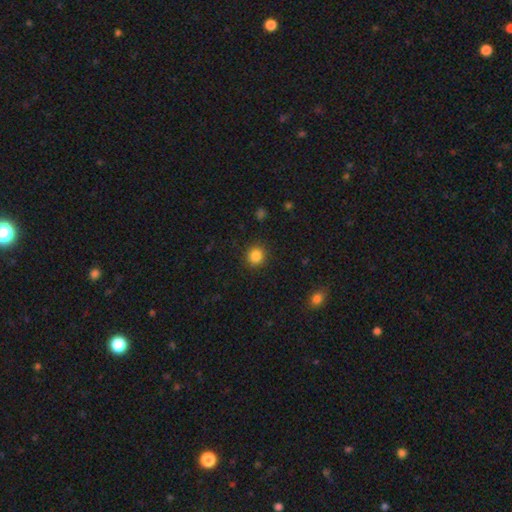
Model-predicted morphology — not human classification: smooth_or_featured: smooth (p=0.85) [alt: star or artifact p=0.11]
how_rounded: round (p=0.89) [alt: in between p=0.10]
merging: none (p=0.90) [alt: minor disturbance p=0.06]